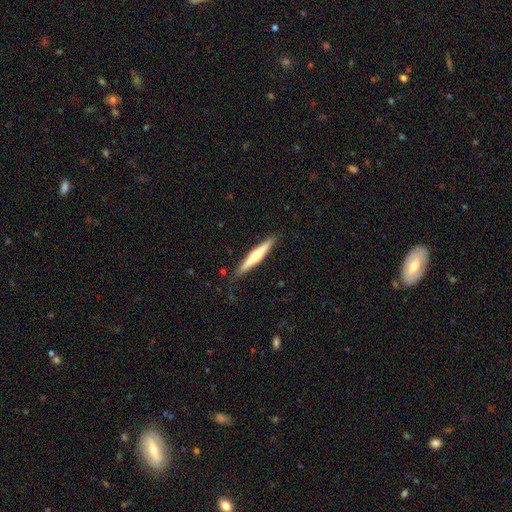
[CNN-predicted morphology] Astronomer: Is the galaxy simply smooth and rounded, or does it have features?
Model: featured or disk — 49% (runner-up: smooth, 45%).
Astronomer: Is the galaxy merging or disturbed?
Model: none — 85%.